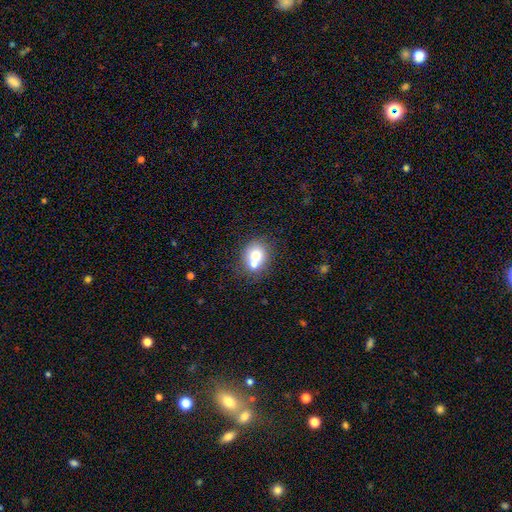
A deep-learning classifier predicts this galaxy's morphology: This is likely a smooth galaxy (70%). How rounded: likely round (67%). Merging: possibly merger (47%).